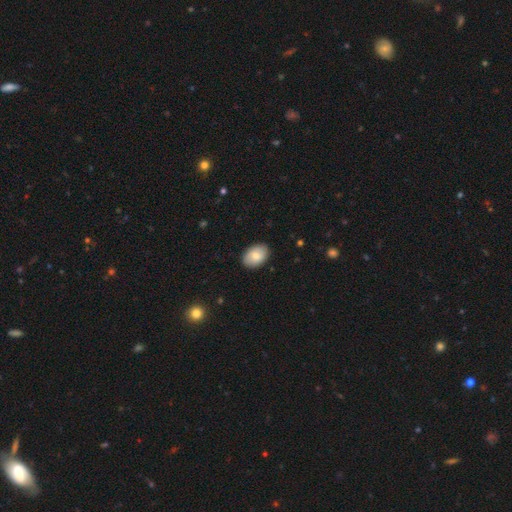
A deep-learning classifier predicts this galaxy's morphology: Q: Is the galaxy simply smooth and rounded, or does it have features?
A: smooth — 78%.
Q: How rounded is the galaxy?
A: in between — 87%.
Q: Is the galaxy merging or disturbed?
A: none — 88%.